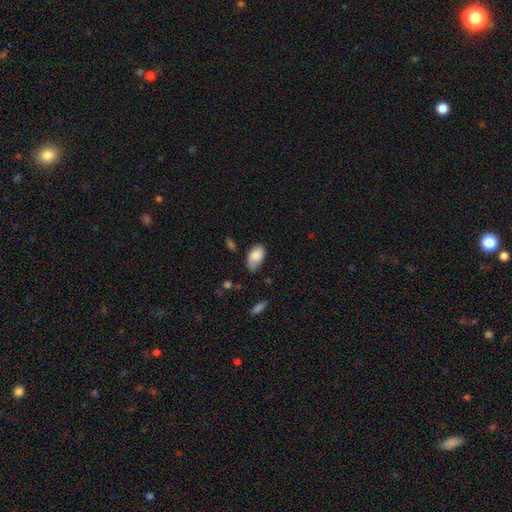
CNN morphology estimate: Q: Smooth or featured?
A: smooth (83%); runner-up: featured or disk (10%)
Q: How rounded?
A: in between (94%); runner-up: round (4%)
Q: Merging?
A: none (63%); runner-up: minor disturbance (28%)